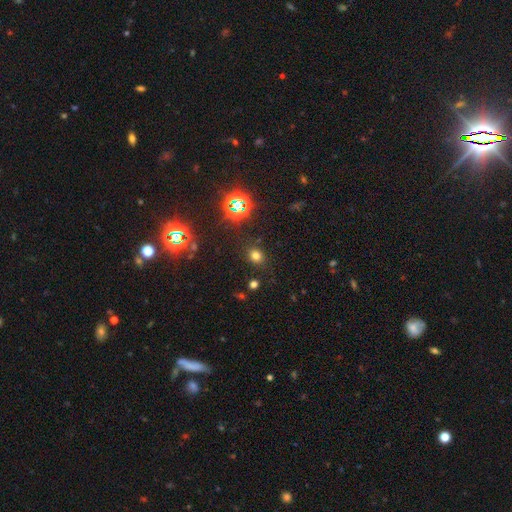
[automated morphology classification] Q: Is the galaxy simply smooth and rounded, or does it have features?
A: smooth — 69%.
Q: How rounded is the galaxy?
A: round — 66%.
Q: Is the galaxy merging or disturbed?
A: none — 84%.